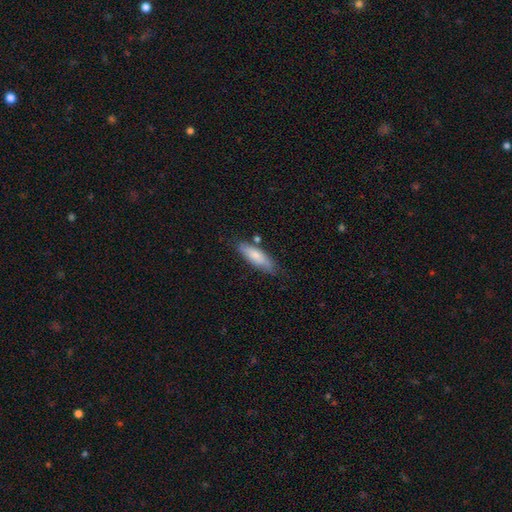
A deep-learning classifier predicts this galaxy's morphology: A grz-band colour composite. It shows a smooth galaxy with no disk features (76%) that is in between round and cigar-shaped (52%). Merging: none (69%).